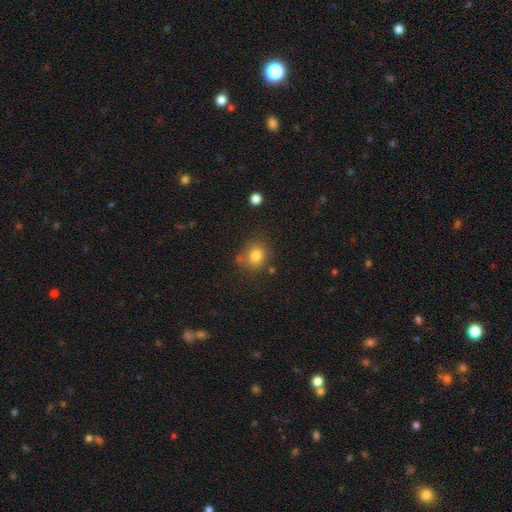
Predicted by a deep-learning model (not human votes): The model was most divided on "how rounded": round: 77%, in between: 22%, cigar-shaped: 1%. More confident: smooth or featured — smooth (80%); merging — none (73%).